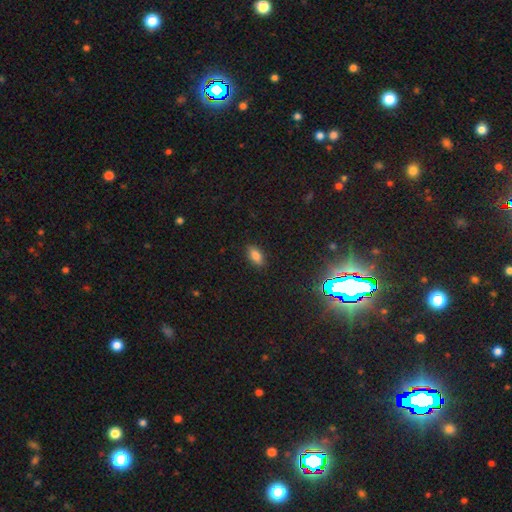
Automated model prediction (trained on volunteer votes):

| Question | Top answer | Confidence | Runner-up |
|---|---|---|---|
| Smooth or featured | smooth | 80% | star or artifact (11%) |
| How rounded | in between | 87% | cigar-shaped (9%) |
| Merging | none | 88% | minor disturbance (9%) |